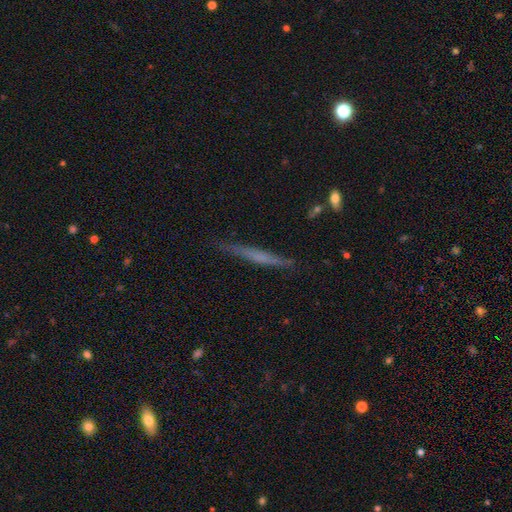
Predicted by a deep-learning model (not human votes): Smooth or featured? featured or disk (52%)
Edge-on disk? yes (96%)
Edge-on bulge? none (70%)
Merging? none (87%)